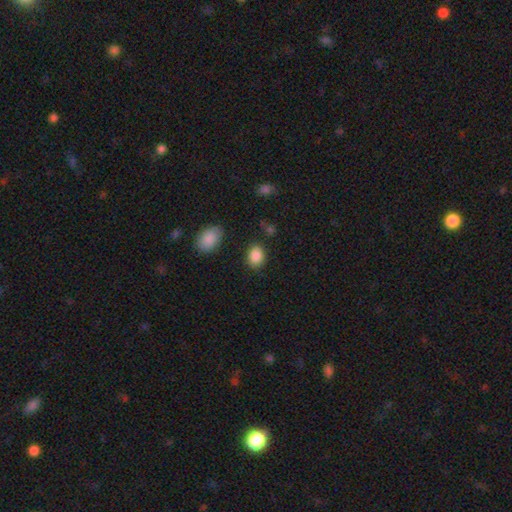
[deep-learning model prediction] Q: Smooth or featured?
A: smooth (88%); runner-up: star or artifact (8%)
Q: How rounded?
A: in between (72%); runner-up: round (27%)
Q: Merging?
A: none (83%); runner-up: minor disturbance (12%)